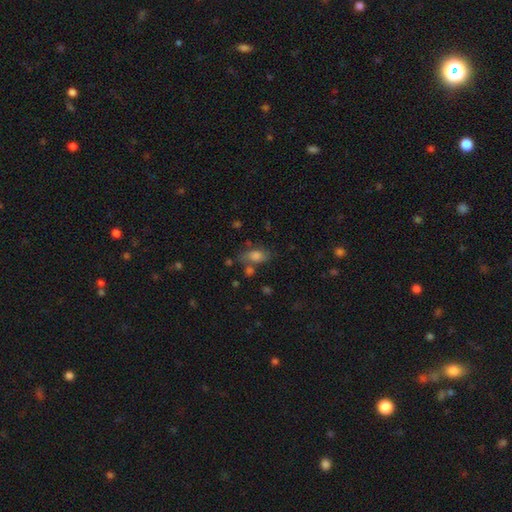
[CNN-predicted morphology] Smooth or featured?
  - smooth: 74% *
  - featured or disk: 14%
  - star or artifact: 12%
How rounded?
  - in between: 84% *
  - round: 10%
  - cigar-shaped: 6%
Merging?
  - none: 52% *
  - minor disturbance: 22%
  - merger: 15%
  - major disturbance: 10%